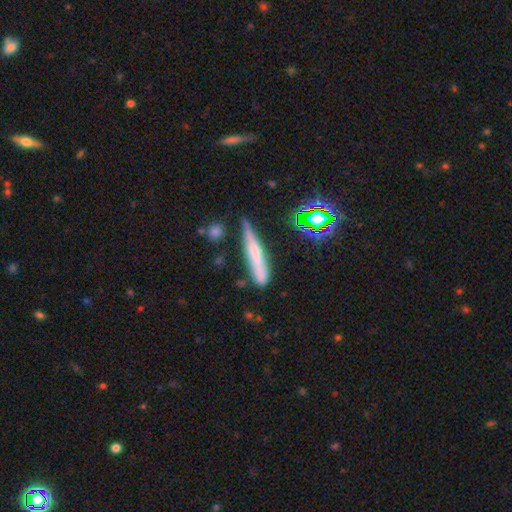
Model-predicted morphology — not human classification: This appears to be a smooth galaxy with no disk features (53%) that is cigar-shaped (91%). Merging: none (68%).